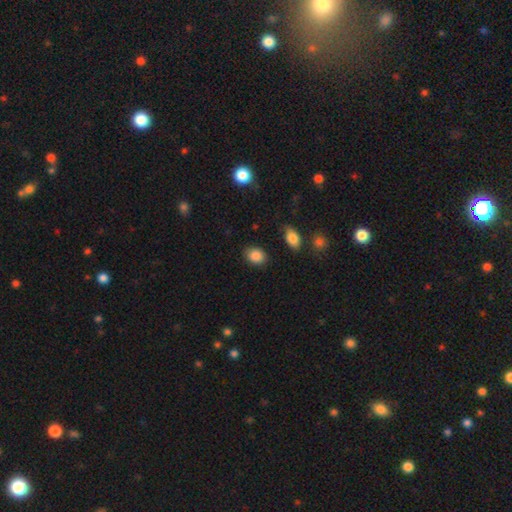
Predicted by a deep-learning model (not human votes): smooth_or_featured: smooth (p=0.87) [alt: star or artifact p=0.08]
how_rounded: in between (p=0.60) [alt: round p=0.38]
merging: none (p=0.85) [alt: minor disturbance p=0.11]